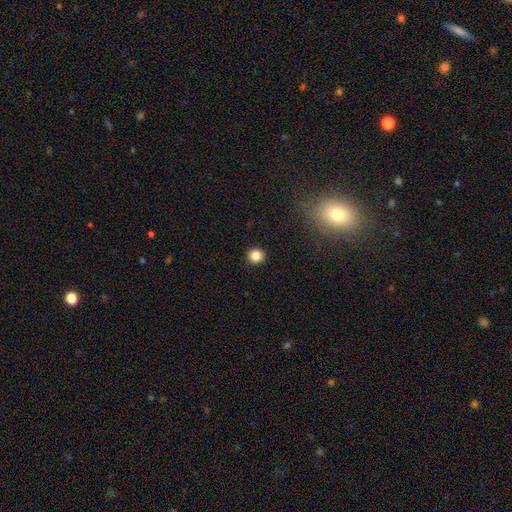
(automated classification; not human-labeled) Smooth or featured?
  - smooth: 85% *
  - star or artifact: 11%
  - featured or disk: 4%
How rounded?
  - round: 92% *
  - in between: 7%
  - cigar-shaped: 1%
Merging?
  - none: 93% *
  - minor disturbance: 5%
  - major disturbance: 2%
  - merger: 1%